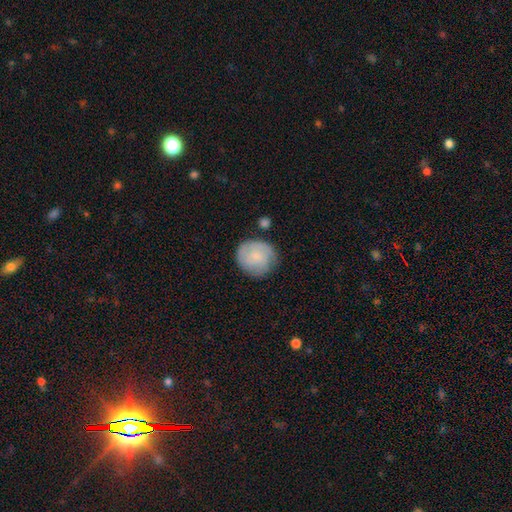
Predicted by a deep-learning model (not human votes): smooth-or-featured: smooth: 72% | featured or disk: 21% | star or artifact: 7%
  how-rounded: round: 88% | in between: 11% | cigar-shaped: 1%
  merging: none: 71% | minor disturbance: 20% | major disturbance: 5% | merger: 3%